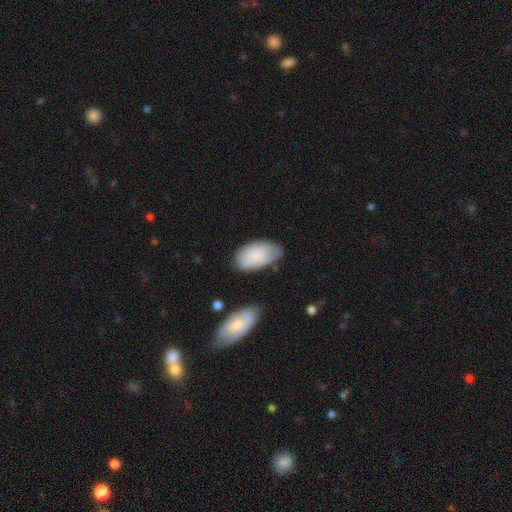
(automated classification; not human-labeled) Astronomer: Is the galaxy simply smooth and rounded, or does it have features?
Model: smooth — 79%.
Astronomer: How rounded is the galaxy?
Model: in between — 95%.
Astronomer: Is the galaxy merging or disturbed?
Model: none — 64%.